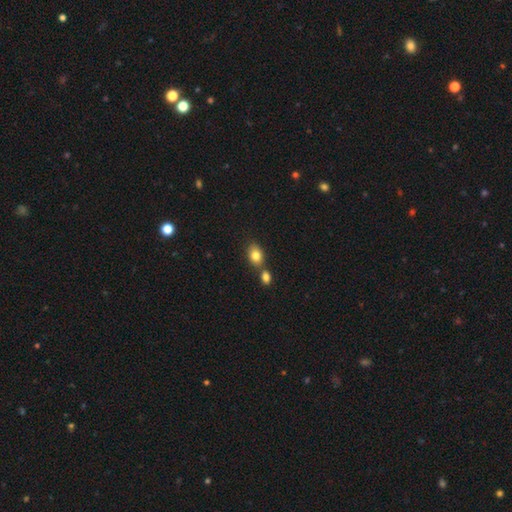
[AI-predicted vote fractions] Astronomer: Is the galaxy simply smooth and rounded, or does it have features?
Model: smooth — 82%.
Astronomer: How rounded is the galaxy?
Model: in between — 73%.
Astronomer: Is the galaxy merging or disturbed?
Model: none — 54% (runner-up: merger, 33%).